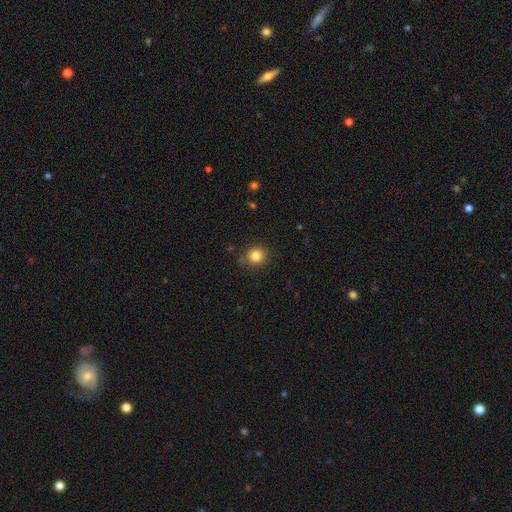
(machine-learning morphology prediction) Smooth or featured?
  - smooth: 83% *
  - star or artifact: 12%
  - featured or disk: 5%
How rounded?
  - round: 92% *
  - in between: 7%
  - cigar-shaped: 1%
Merging?
  - none: 86% *
  - minor disturbance: 9%
  - merger: 3%
  - major disturbance: 3%